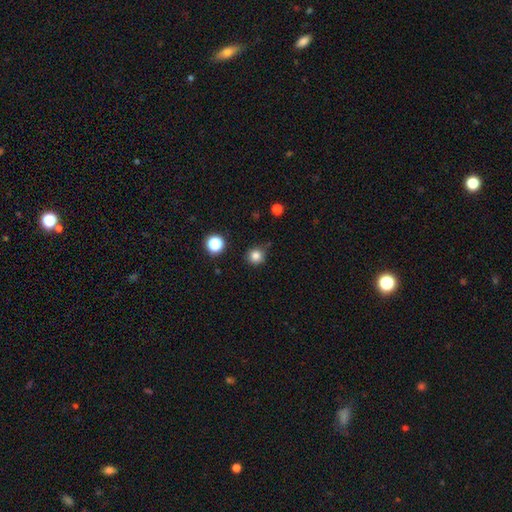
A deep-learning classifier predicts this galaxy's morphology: Smooth or featured: smooth — 82% (star or artifact — 13%)
How rounded: round — 91% (in between — 8%)
Merging: none — 80% (minor disturbance — 14%)